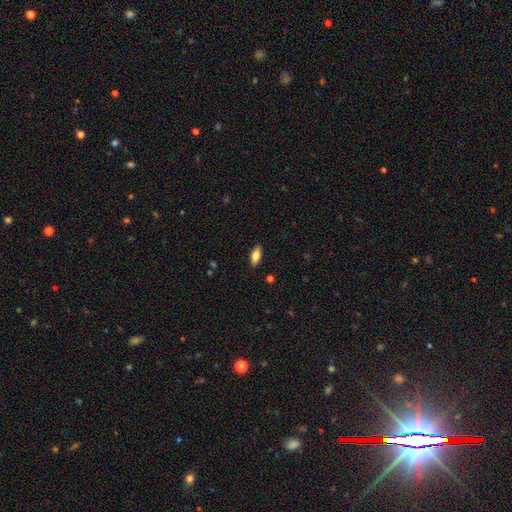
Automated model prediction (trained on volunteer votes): Smooth or featured? Predicted: smooth (p=0.77). How rounded? Predicted: in between (p=0.84). Merging? Predicted: none (p=0.88).